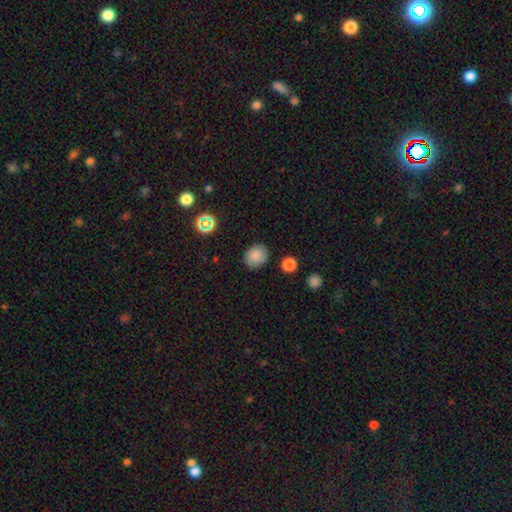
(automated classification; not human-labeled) Smooth or featured? Predicted: smooth (p=0.83). How rounded? Predicted: round (p=0.65). Merging? Predicted: none (p=0.83).